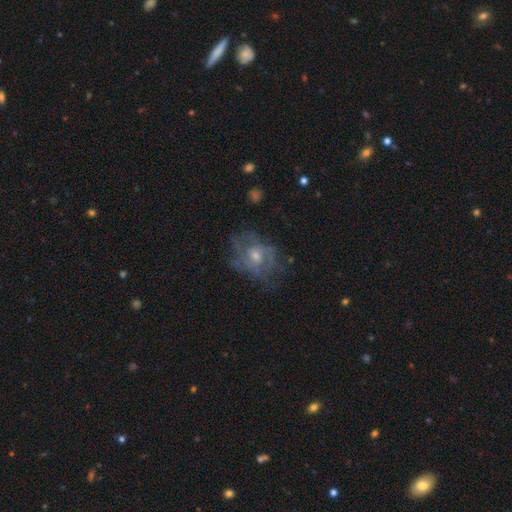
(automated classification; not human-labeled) Q: Smooth or featured?
A: featured or disk (63%); runner-up: smooth (25%)
Q: Edge-on disk?
A: no (97%); runner-up: yes (3%)
Q: Bar?
A: no (74%); runner-up: weak (22%)
Q: Spiral arms?
A: yes (57%); runner-up: no (43%)
Q: Bulge size?
A: moderate (52%); runner-up: small (41%)
Q: Merging?
A: none (59%); runner-up: minor disturbance (21%)